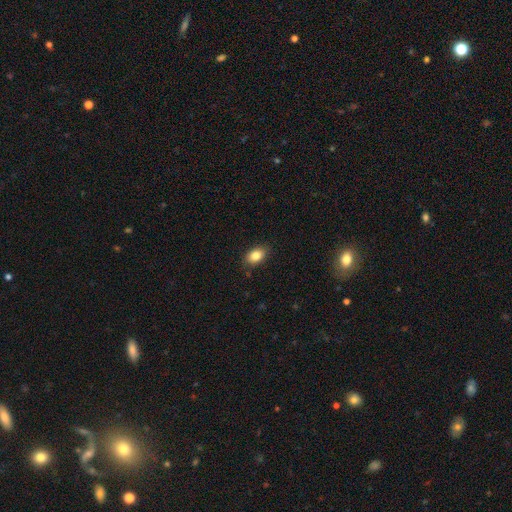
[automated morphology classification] The model was most divided on "how rounded": in between: 85%, round: 13%, cigar-shaped: 2%. More confident: merging — none (86%); smooth or featured — smooth (84%).